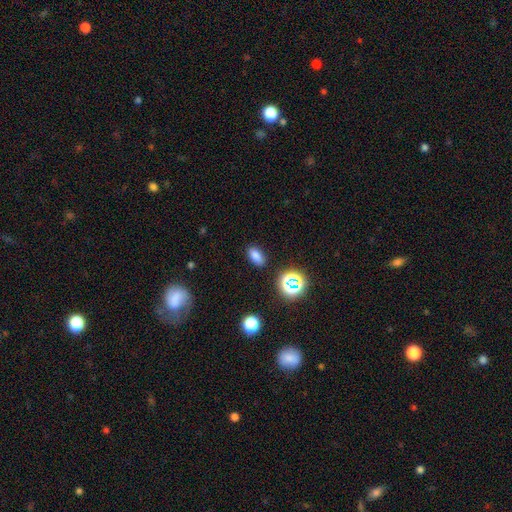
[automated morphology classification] Smooth or featured? Predicted: smooth (p=0.77). How rounded? Predicted: in between (p=0.86). Merging? Predicted: none (p=0.87).